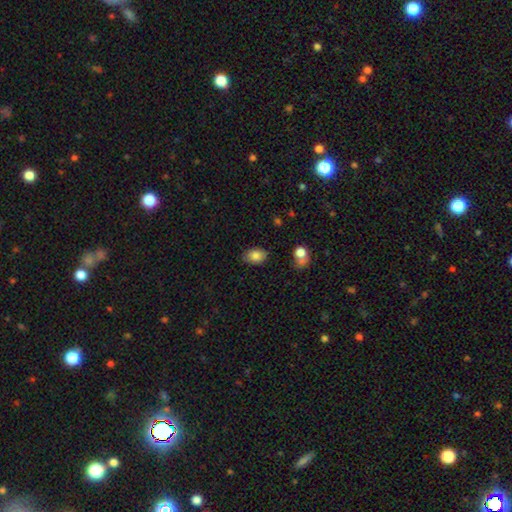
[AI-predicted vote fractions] Smooth or featured?
  - smooth: 82% *
  - featured or disk: 10%
  - star or artifact: 9%
How rounded?
  - in between: 80% *
  - round: 19%
  - cigar-shaped: 1%
Merging?
  - none: 79% *
  - minor disturbance: 15%
  - major disturbance: 3%
  - merger: 3%